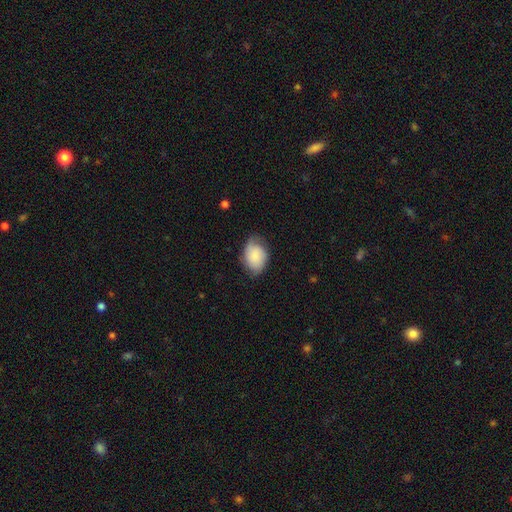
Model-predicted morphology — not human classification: type=smooth (73%); roundness=in between (77%); merging=none (66%).